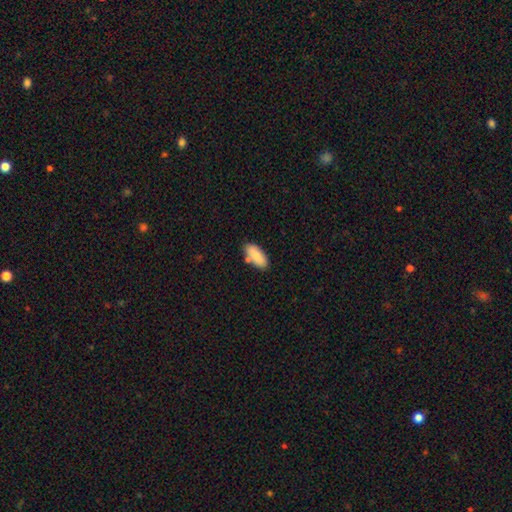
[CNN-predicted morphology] smooth-or-featured: smooth: 85% | featured or disk: 9% | star or artifact: 6%
  how-rounded: in between: 83% | cigar-shaped: 15% | round: 2%
  merging: none: 76% | minor disturbance: 12% | merger: 9% | major disturbance: 3%